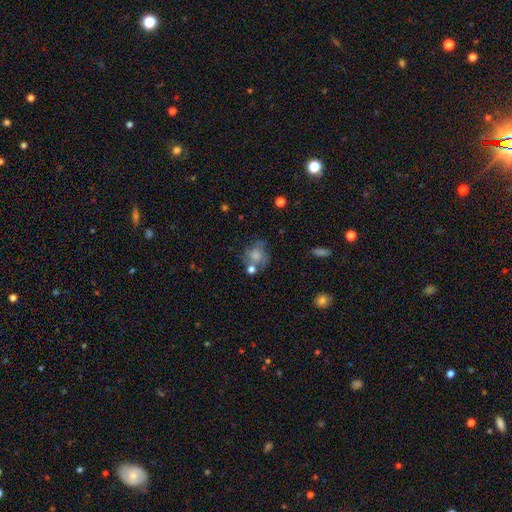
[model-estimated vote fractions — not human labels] smooth-or-featured: smooth: 62% | featured or disk: 27% | star or artifact: 11%
  how-rounded: round: 69% | in between: 30% | cigar-shaped: 1%
  merging: none: 47% | minor disturbance: 22% | merger: 17% | major disturbance: 14%